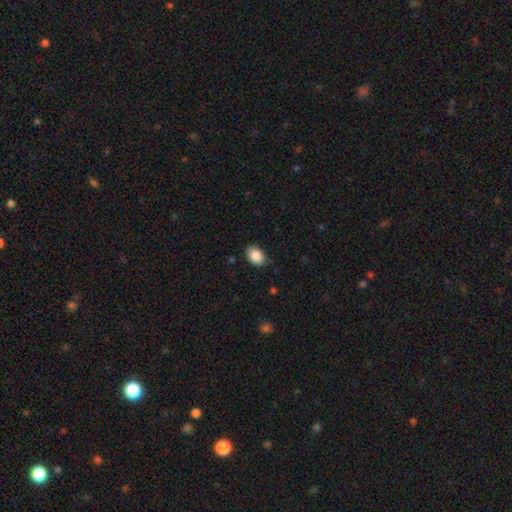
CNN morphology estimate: Q: Smooth or featured?
A: smooth (88%); runner-up: star or artifact (7%)
Q: How rounded?
A: in between (80%); runner-up: round (19%)
Q: Merging?
A: none (87%); runner-up: minor disturbance (10%)